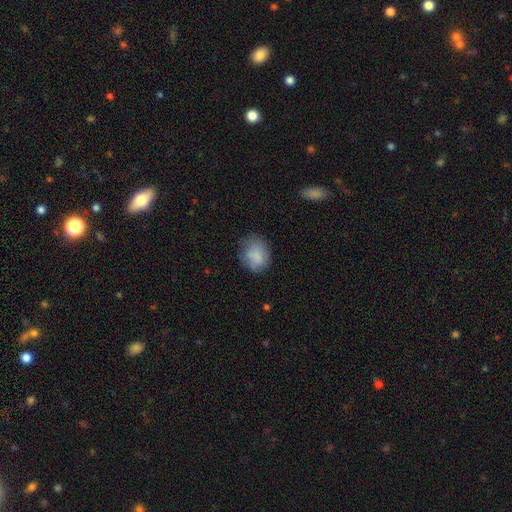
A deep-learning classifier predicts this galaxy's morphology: Q: Smooth or featured?
A: smooth (81%); runner-up: featured or disk (11%)
Q: How rounded?
A: round (57%); runner-up: in between (42%)
Q: Merging?
A: none (64%); runner-up: minor disturbance (25%)